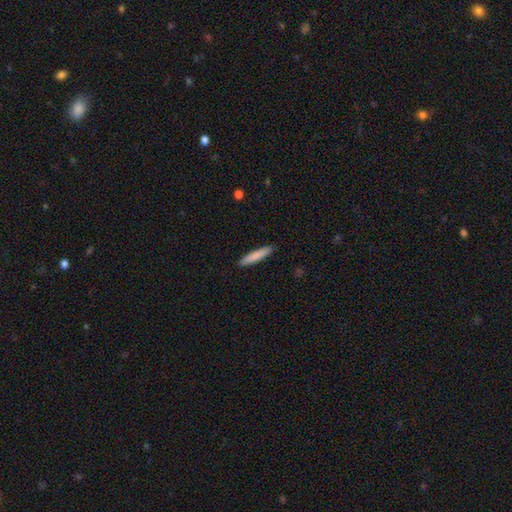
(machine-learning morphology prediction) type=smooth (83%); roundness=cigar-shaped (90%); merging=none (91%).